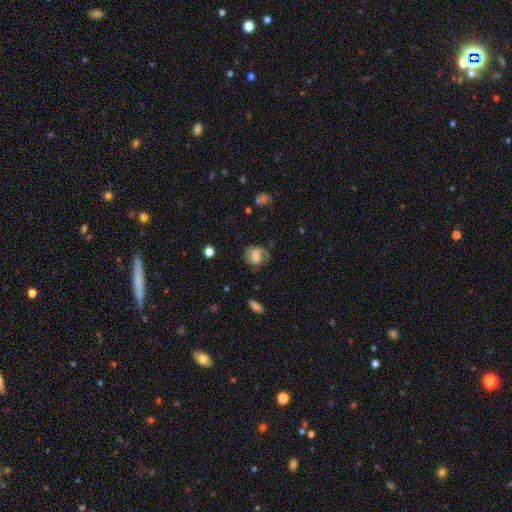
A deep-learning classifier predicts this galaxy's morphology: Smooth or featured? smooth (55%)
How rounded? round (60%)
Merging? none (55%)